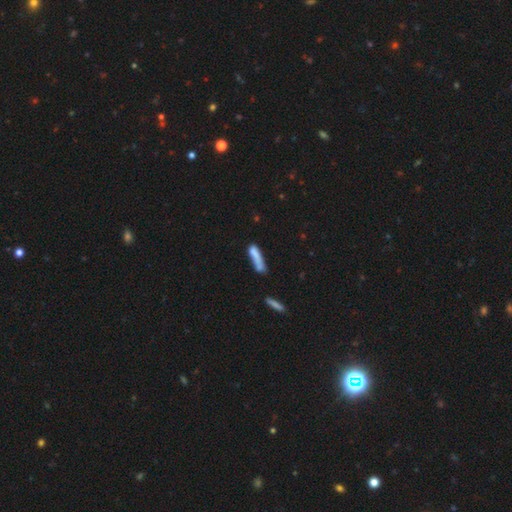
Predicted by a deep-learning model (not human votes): Smooth or featured? Predicted: smooth (p=0.70). How rounded? Predicted: cigar-shaped (p=0.75). Merging? Predicted: none (p=0.37).